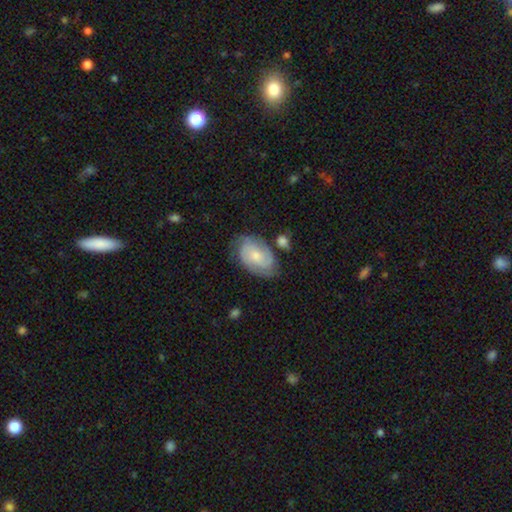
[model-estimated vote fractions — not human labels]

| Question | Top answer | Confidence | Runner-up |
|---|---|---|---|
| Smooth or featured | featured or disk | 68% | smooth (26%) |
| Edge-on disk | no | 96% | yes (4%) |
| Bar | no | 64% | weak (31%) |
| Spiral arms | yes | 92% | no (8%) |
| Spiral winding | tight | 54% | medium (36%) |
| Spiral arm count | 2 | 60% | can't tell (20%) |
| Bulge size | small | 55% | moderate (36%) |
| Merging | none | 69% | minor disturbance (20%) |